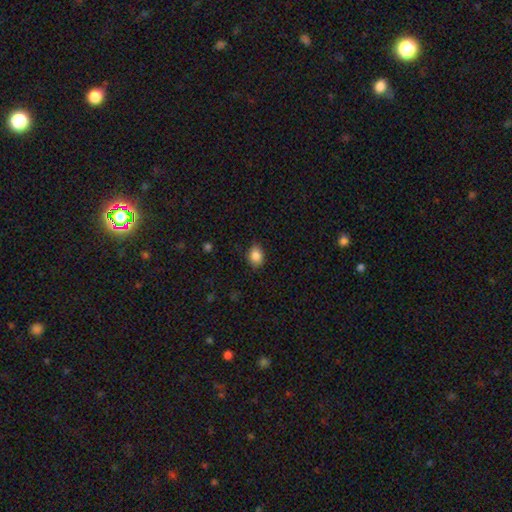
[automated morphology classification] Smooth or featured?
  - smooth: 86% *
  - star or artifact: 9%
  - featured or disk: 5%
How rounded?
  - in between: 58% *
  - round: 41%
  - cigar-shaped: 1%
Merging?
  - none: 82% *
  - minor disturbance: 14%
  - major disturbance: 3%
  - merger: 1%